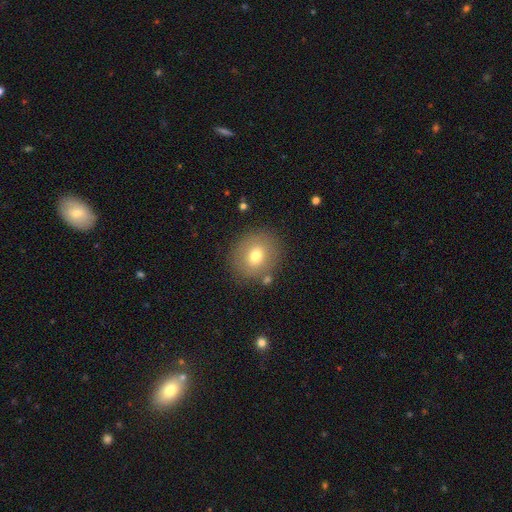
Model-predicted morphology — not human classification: Smooth or featured? Predicted: smooth (p=0.71). How rounded? Predicted: round (p=0.79). Merging? Predicted: none (p=0.82).